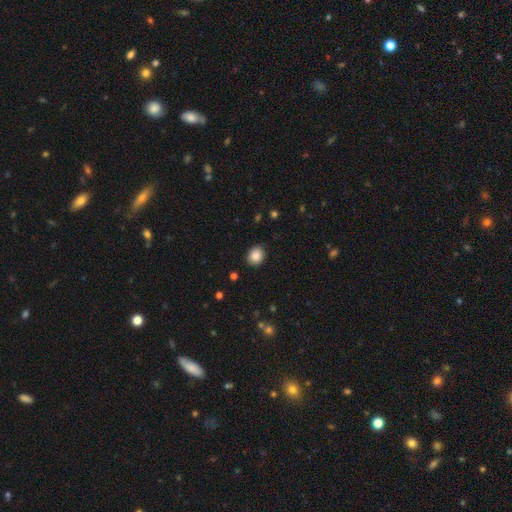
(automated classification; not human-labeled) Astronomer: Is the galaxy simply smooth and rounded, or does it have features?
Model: smooth — 85%.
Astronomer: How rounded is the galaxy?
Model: round — 63%.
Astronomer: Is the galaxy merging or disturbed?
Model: none — 89%.